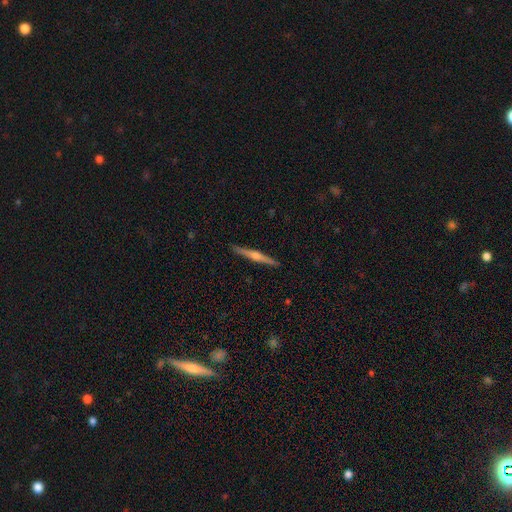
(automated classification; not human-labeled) Smooth or featured? featured or disk (74%)
Edge-on disk? yes (98%)
Edge-on bulge? rounded (87%)
Merging? none (92%)